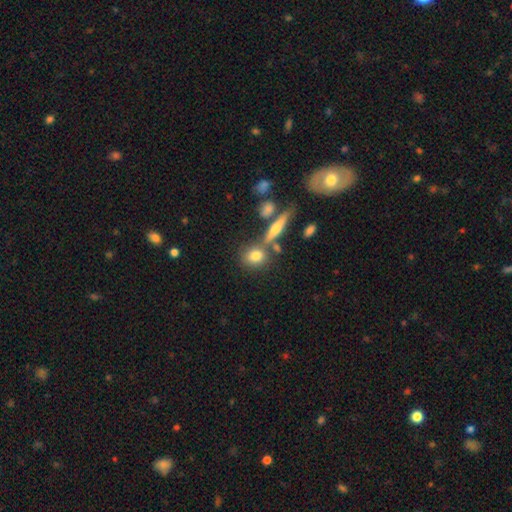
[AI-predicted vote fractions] Smooth or featured: smooth — 76% (featured or disk — 15%)
How rounded: round — 56% (in between — 37%)
Merging: none — 62% (merger — 21%)